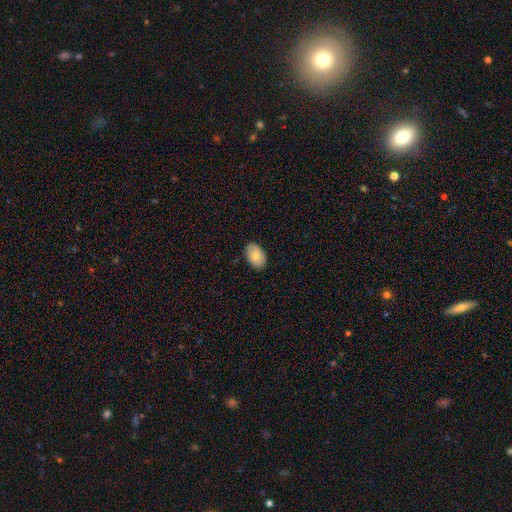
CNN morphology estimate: type=smooth (79%); roundness=in between (89%); merging=none (86%).